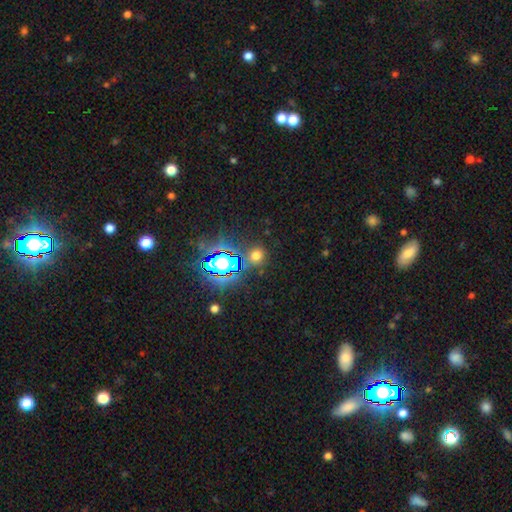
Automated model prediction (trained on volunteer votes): The model was most divided on "smooth or featured": smooth: 56%, star or artifact: 37%, featured or disk: 7%. More confident: how rounded — round (84%); merging — none (82%).